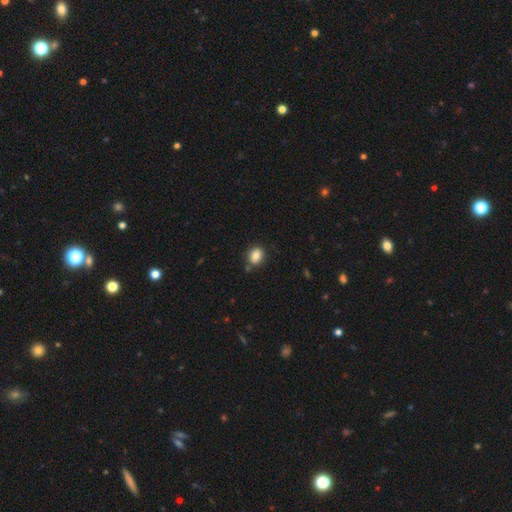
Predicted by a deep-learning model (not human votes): This is clearly a smooth galaxy (84%). How rounded: possibly round (54%). Merging: clearly none (80%).